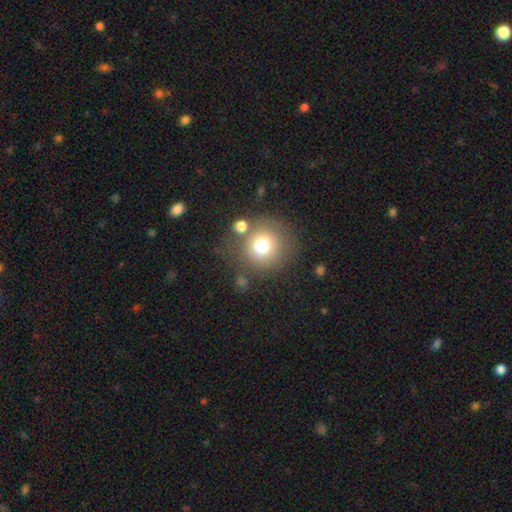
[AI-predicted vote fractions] Morphology: type=smooth (66%); roundness=round (92%); merging=none (78%).